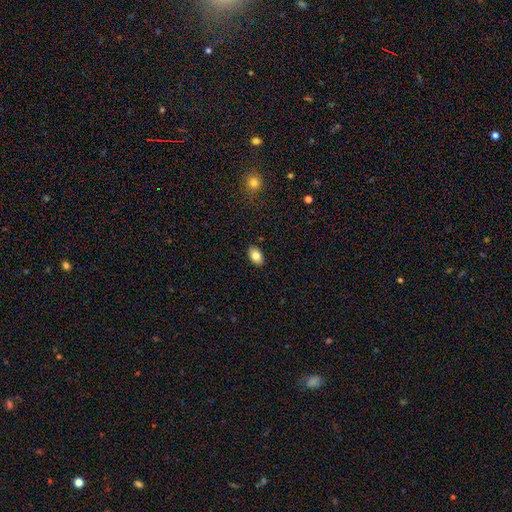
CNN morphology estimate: A smooth galaxy with no disk features (81%) that is in between round and cigar-shaped (87%).

Vote fractions:
- Smooth or featured? smooth: 81% / featured or disk: 10% / star or artifact: 8%
- How rounded? in between: 87% / round: 12% / cigar-shaped: 1%
- Merging? none: 88% / minor disturbance: 9% / major disturbance: 2% / merger: 1%